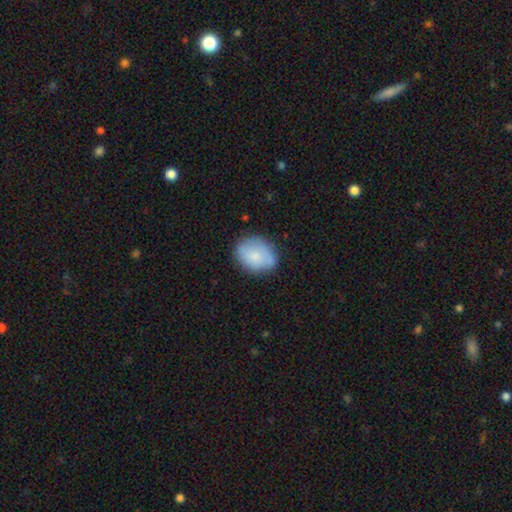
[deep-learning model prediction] smooth_or_featured: smooth (p=0.75) [alt: featured or disk p=0.18]
how_rounded: in between (p=0.62) [alt: round p=0.37]
merging: none (p=0.65) [alt: minor disturbance p=0.25]